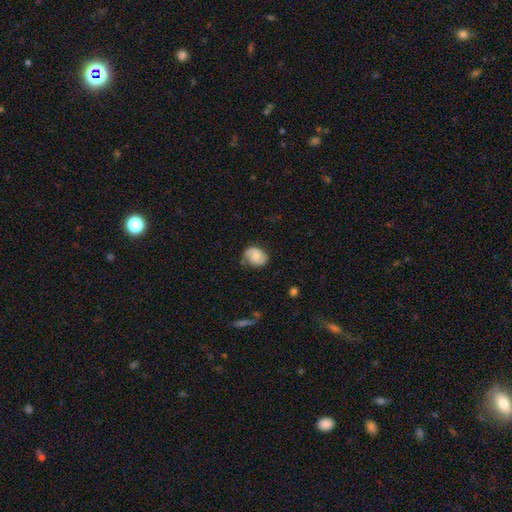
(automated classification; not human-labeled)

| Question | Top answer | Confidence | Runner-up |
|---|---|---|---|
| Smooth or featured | smooth | 50% | featured or disk (43%) |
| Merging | none | 60% | minor disturbance (29%) |